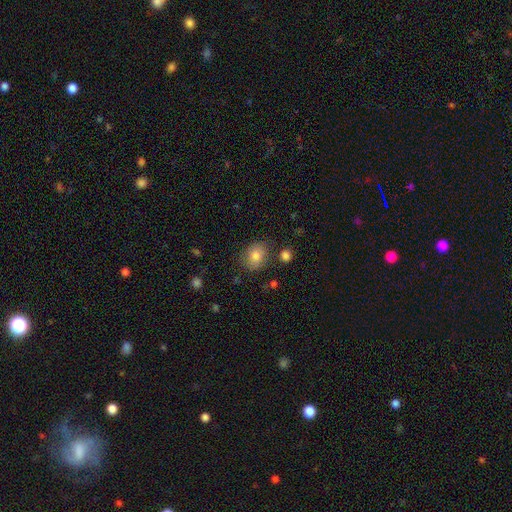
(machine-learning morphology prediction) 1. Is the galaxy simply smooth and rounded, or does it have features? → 80% smooth, 11% featured or disk, 9% star or artifact.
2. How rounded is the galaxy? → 50% round, 49% in between, 1% cigar-shaped.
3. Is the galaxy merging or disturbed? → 76% none, 16% minor disturbance, 4% major disturbance, 4% merger.